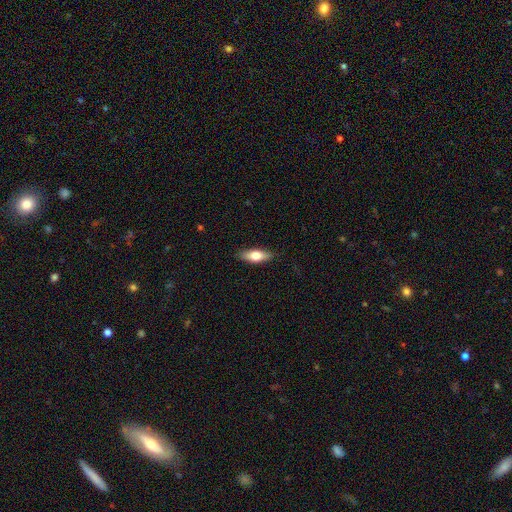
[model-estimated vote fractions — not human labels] Overall: smooth (67%; featured or disk 27%). How rounded: in between (68%; cigar-shaped 29%). Merging: none (87%).